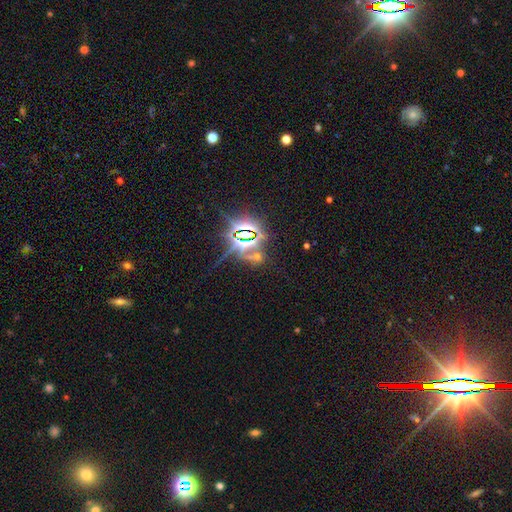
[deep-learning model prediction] Overall: star or artifact (82%).